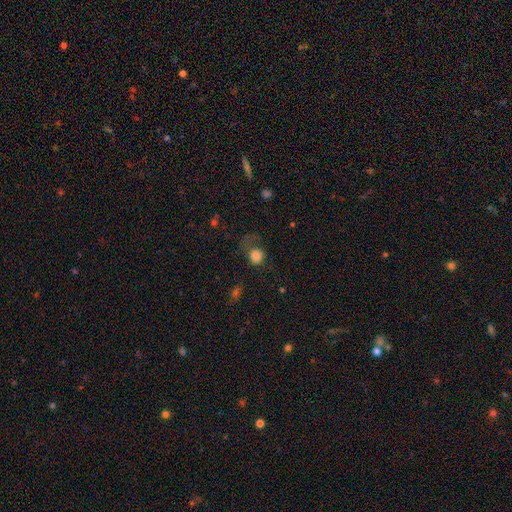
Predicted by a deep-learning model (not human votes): Q: Smooth or featured?
A: smooth (79%); runner-up: star or artifact (12%)
Q: How rounded?
A: round (79%); runner-up: in between (20%)
Q: Merging?
A: none (41%); runner-up: major disturbance (33%)